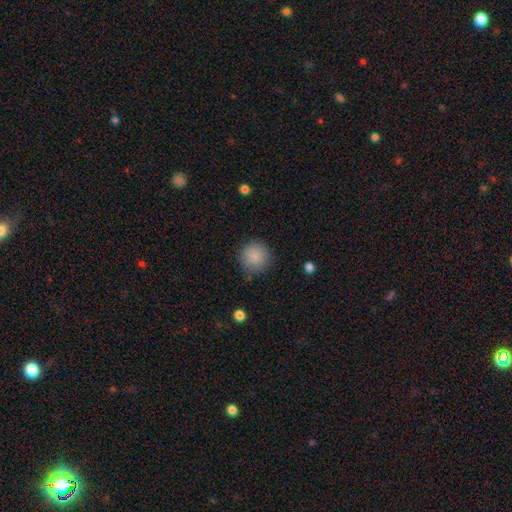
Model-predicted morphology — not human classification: Smooth or featured?
  - smooth: 88% *
  - star or artifact: 8%
  - featured or disk: 4%
How rounded?
  - round: 95% *
  - in between: 4%
  - cigar-shaped: 1%
Merging?
  - none: 87% *
  - minor disturbance: 9%
  - major disturbance: 3%
  - merger: 1%